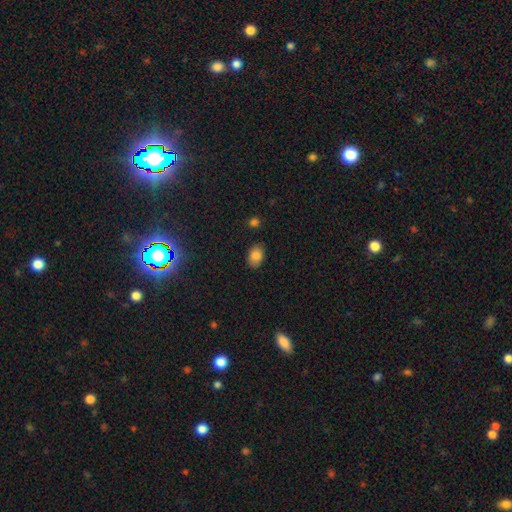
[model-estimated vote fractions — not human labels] Morphology: type=smooth (84%); roundness=in between (82%); merging=none (85%).